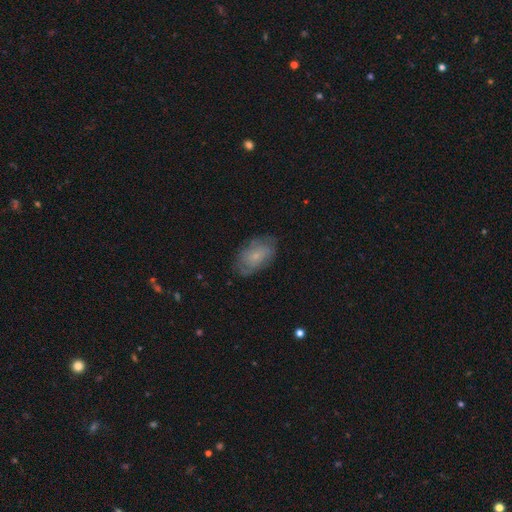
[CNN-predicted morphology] Overall: smooth (56%; featured or disk 37%). How rounded: in between (90%). Merging: none (72%).